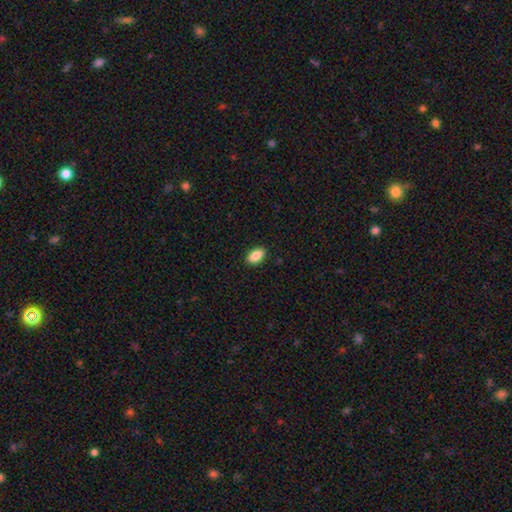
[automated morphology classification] A smooth galaxy with no disk features (87%) that is in between round and cigar-shaped (91%). Merging: none (89%).